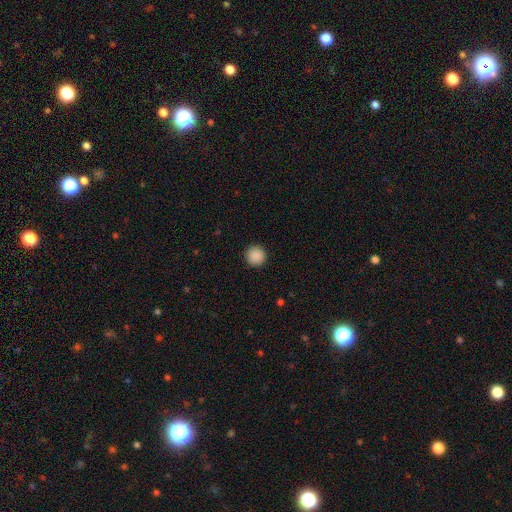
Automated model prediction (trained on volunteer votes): Smooth or featured?
  - smooth: 89% *
  - star or artifact: 8%
  - featured or disk: 2%
How rounded?
  - round: 96% *
  - in between: 3%
  - cigar-shaped: 1%
Merging?
  - none: 93% *
  - minor disturbance: 5%
  - major disturbance: 2%
  - merger: 1%